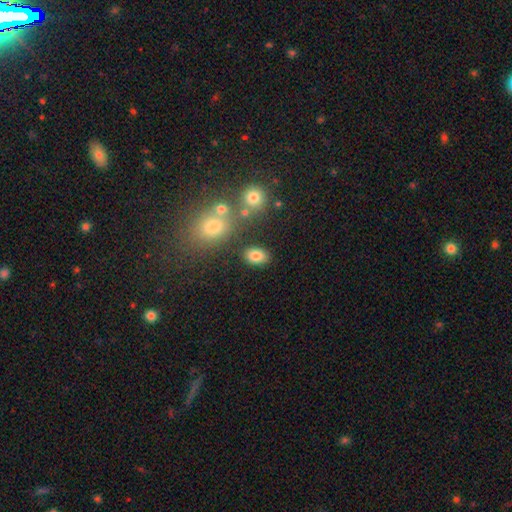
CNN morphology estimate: Smooth or featured? Predicted: smooth (p=0.82). How rounded? Predicted: in between (p=0.80). Merging? Predicted: none (p=0.82).